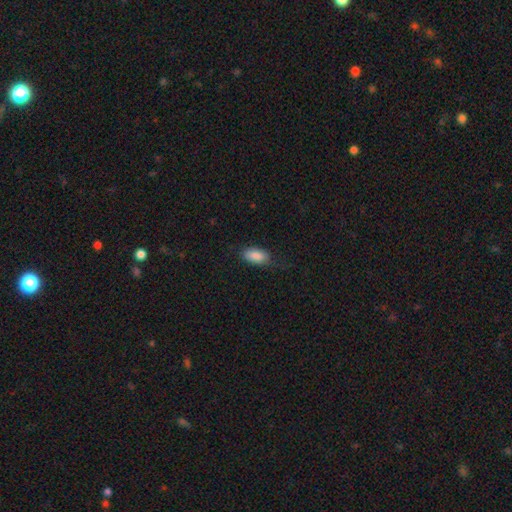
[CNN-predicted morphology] Overall: smooth (86%). How rounded: in between (91%). Merging: none (72%).